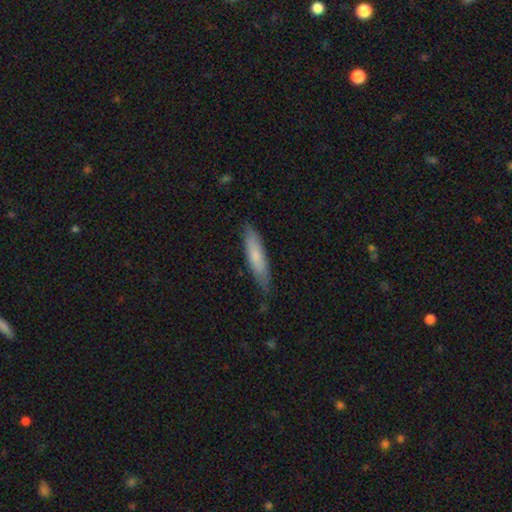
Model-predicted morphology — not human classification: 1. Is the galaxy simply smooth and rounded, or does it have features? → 71% smooth, 23% featured or disk, 5% star or artifact.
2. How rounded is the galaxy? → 80% cigar-shaped, 19% in between, 1% round.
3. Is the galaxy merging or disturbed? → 77% none, 19% minor disturbance, 3% major disturbance, 1% merger.